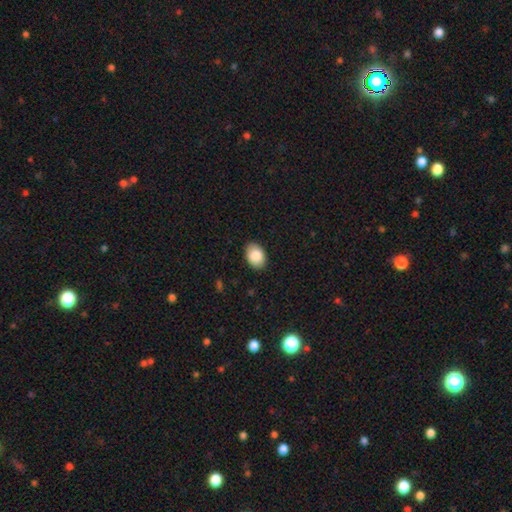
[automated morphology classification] Smooth or featured: smooth — 88% (star or artifact — 7%)
How rounded: in between — 80% (round — 19%)
Merging: none — 88% (minor disturbance — 9%)